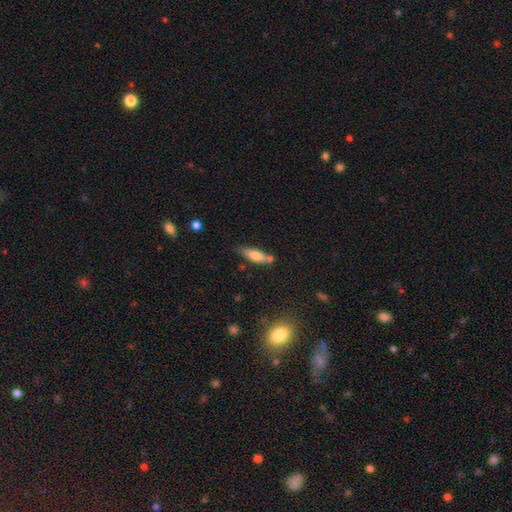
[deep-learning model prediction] Smooth or featured?
  - smooth: 71% *
  - featured or disk: 22%
  - star or artifact: 7%
How rounded?
  - in between: 51% *
  - cigar-shaped: 47%
  - round: 2%
Merging?
  - none: 60% *
  - minor disturbance: 20%
  - merger: 15%
  - major disturbance: 5%